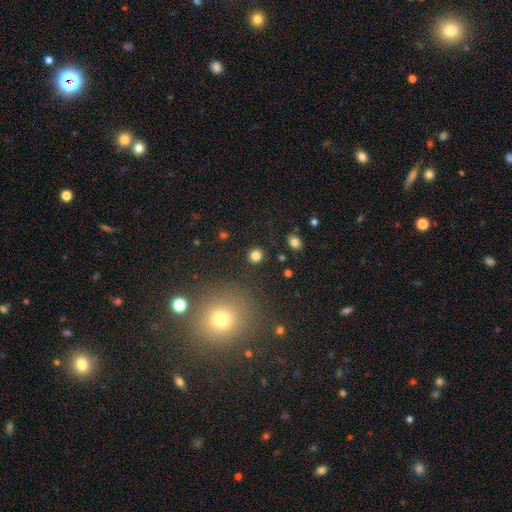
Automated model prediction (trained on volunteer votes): This appears to be a smooth galaxy with no disk features (83%) that is round (91%). Merging: none (91%).